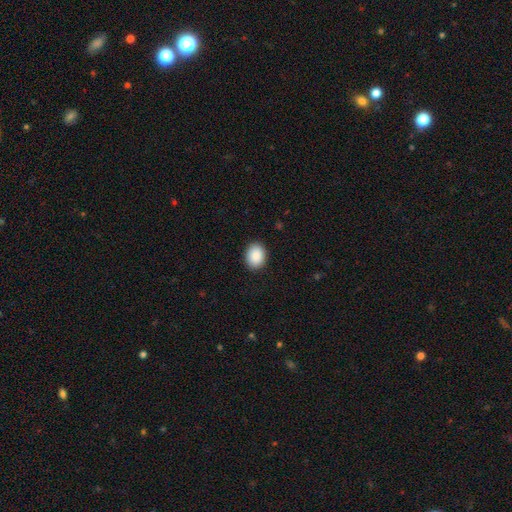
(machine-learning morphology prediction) A smooth galaxy with no disk features (90%) that is in between round and cigar-shaped (63%).

Vote fractions:
- Smooth or featured? smooth: 90% / star or artifact: 7% / featured or disk: 3%
- How rounded? in between: 63% / round: 37% / cigar-shaped: 1%
- Merging? none: 89% / minor disturbance: 8% / major disturbance: 2% / merger: 1%